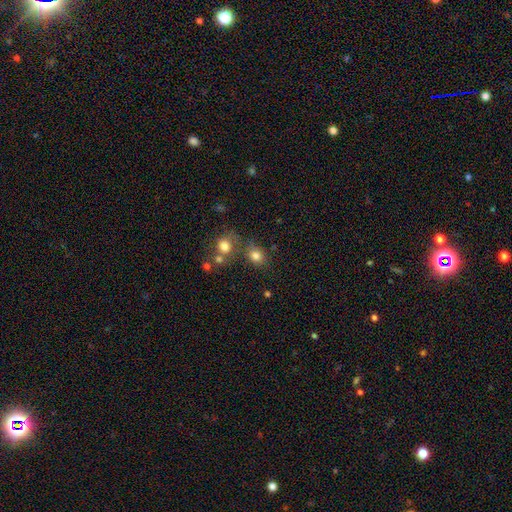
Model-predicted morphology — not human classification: smooth 79%, star or artifact 13%, featured or disk 8%. Down the decision tree: how rounded — round (57%); merging — none (60%).